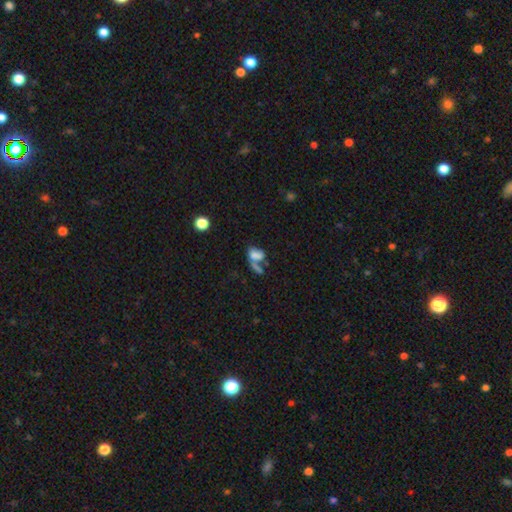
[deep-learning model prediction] This is likely a smooth galaxy (66%). How rounded: likely in between (79%). Merging: possibly merger (52%).